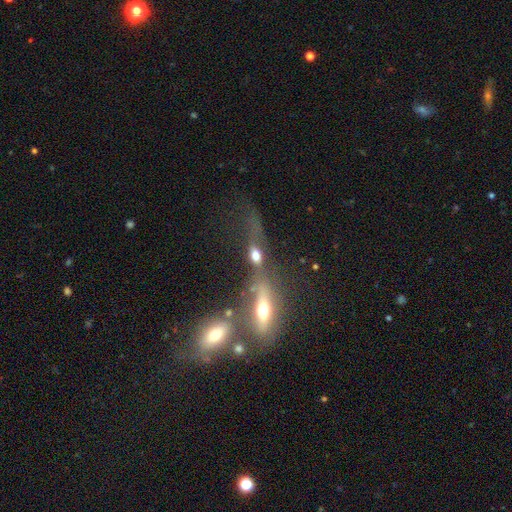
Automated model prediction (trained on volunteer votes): The model was most divided on "merging": merger: 37%, none: 34%, major disturbance: 16%, minor disturbance: 13%. More confident: how rounded — in between (61%); smooth or featured — smooth (51%).